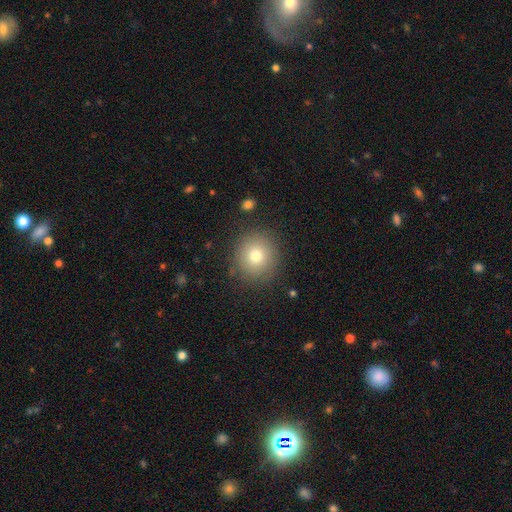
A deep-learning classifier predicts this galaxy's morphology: Smooth or featured? Predicted: smooth (p=0.75). How rounded? Predicted: round (p=0.91). Merging? Predicted: none (p=0.86).